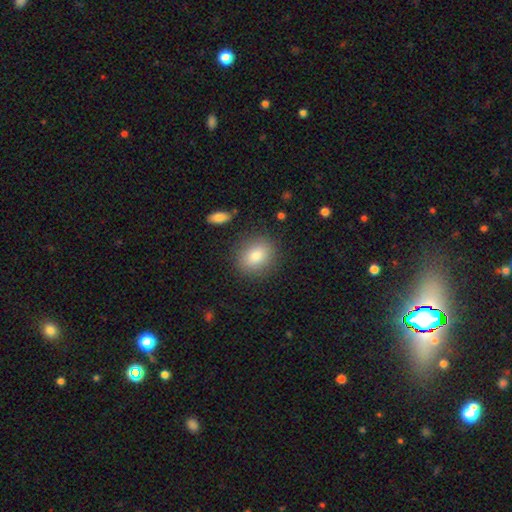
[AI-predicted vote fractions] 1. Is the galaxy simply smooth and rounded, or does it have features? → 82% smooth, 9% star or artifact, 9% featured or disk.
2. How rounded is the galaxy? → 52% round, 46% in between, 2% cigar-shaped.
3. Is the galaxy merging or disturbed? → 86% none, 9% minor disturbance, 3% major disturbance, 2% merger.